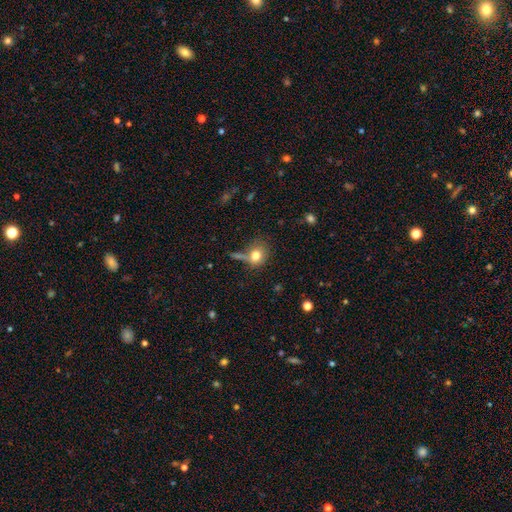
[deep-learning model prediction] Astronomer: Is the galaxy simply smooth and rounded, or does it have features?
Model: smooth — 78%.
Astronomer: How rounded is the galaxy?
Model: round — 66%.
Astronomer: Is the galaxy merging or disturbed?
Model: none — 54%.